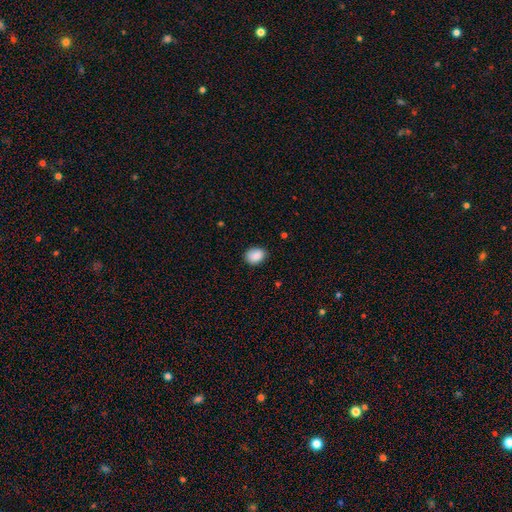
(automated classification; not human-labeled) smooth 89%, star or artifact 7%, featured or disk 4%. Down the decision tree: how rounded — in between (64%); merging — none (82%).